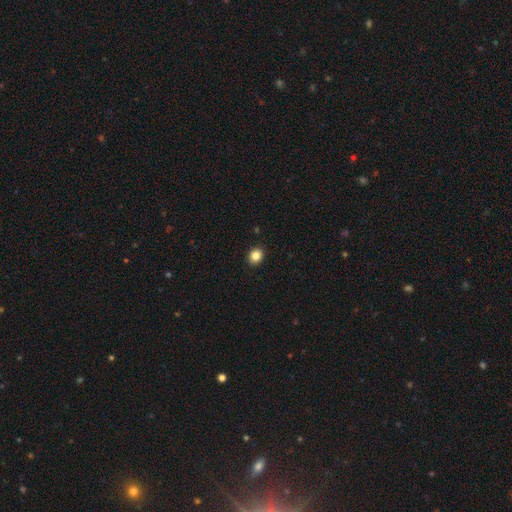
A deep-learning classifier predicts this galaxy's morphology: Smooth or featured: smooth — 85% (star or artifact — 10%)
How rounded: round — 58% (in between — 41%)
Merging: none — 91% (minor disturbance — 7%)